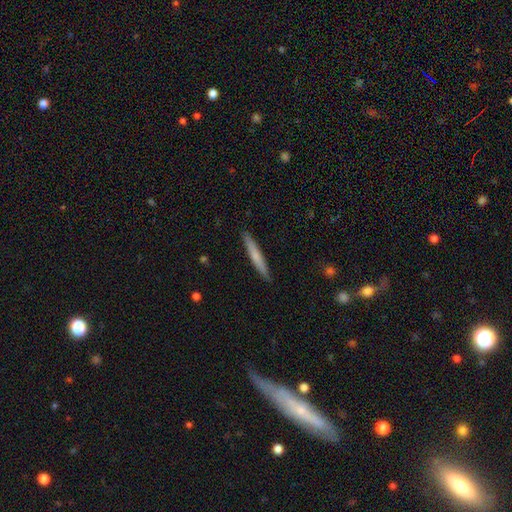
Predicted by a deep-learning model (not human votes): Smooth or featured? smooth (64%)
How rounded? cigar-shaped (96%)
Merging? none (91%)